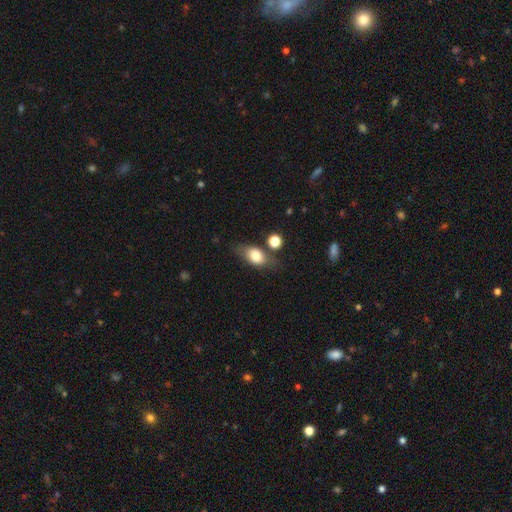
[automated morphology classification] Overall: smooth (71%). How rounded: in between (76%). Merging: none (63%).